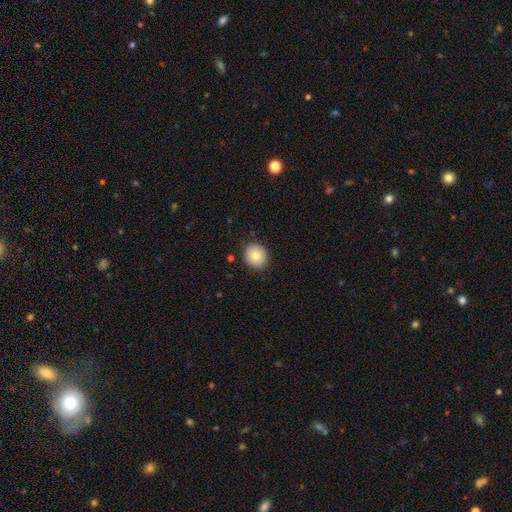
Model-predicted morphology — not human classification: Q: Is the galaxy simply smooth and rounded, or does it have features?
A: smooth — 79%.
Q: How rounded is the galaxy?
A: round — 82%.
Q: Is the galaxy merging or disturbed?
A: none — 88%.